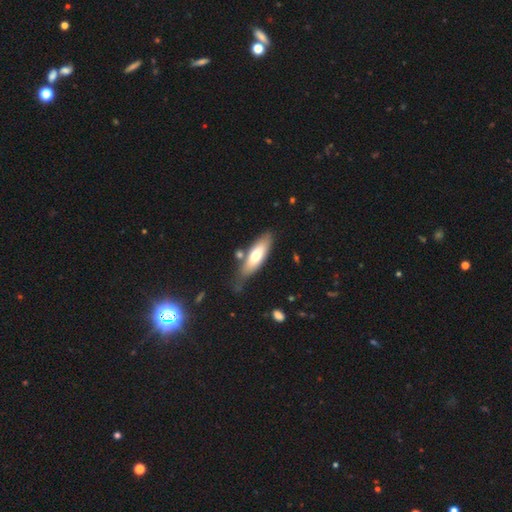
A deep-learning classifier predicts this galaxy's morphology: Smooth or featured? Predicted: smooth (p=0.64). How rounded? Predicted: in between (p=0.51). Merging? Predicted: none (p=0.66).